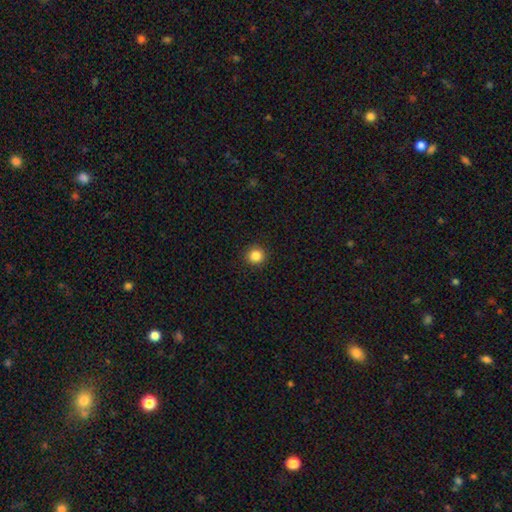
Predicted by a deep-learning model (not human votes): A smooth galaxy with no disk features (84%) that is round (94%).

Vote fractions:
- Smooth or featured? smooth: 84% / star or artifact: 12% / featured or disk: 4%
- How rounded? round: 94% / in between: 5% / cigar-shaped: 1%
- Merging? none: 93% / minor disturbance: 5% / major disturbance: 2% / merger: 1%